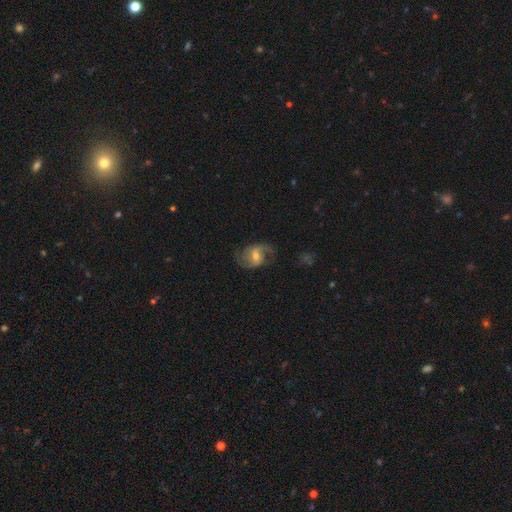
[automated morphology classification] A featured or disk galaxy (75%) with a weak bar (51%), 2 (83%) loose (45%) spiral arms (92%) and a moderate central bulge (57%).

Vote fractions:
- Smooth or featured? featured or disk: 75% / smooth: 18% / star or artifact: 7%
- Edge-on disk? no: 97% / yes: 3%
- Bar? weak: 51% / no: 28% / strong: 20%
- Spiral arms? yes: 92% / no: 8%
- Spiral winding? loose: 45% / medium: 43% / tight: 13%
- Spiral arm count? 2: 83% / can't tell: 6% / 1: 6% / 3: 3% / 4: 1% / more than 4: 1%
- Bulge size? moderate: 57% / small: 35% / large: 5% / none: 2% / dominant: 1%
- Merging? none: 66% / minor disturbance: 19% / major disturbance: 13% / merger: 1%